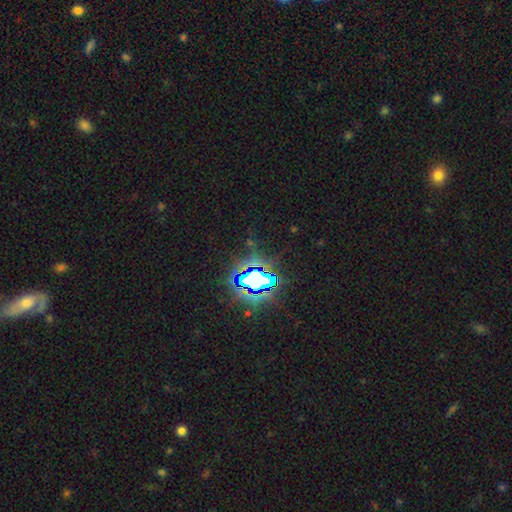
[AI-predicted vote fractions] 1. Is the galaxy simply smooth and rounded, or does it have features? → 80% star or artifact, 12% smooth, 9% featured or disk.